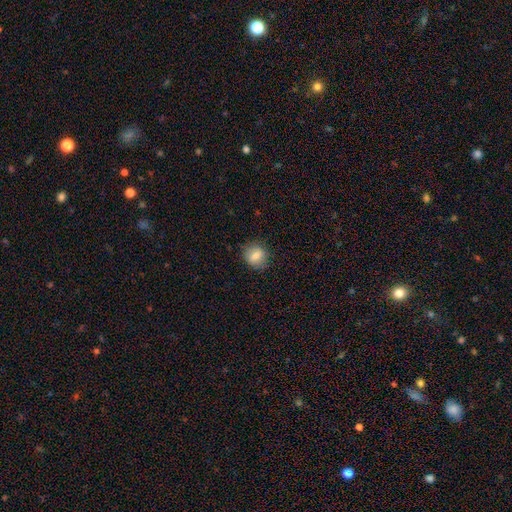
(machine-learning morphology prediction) Smooth or featured?
  - smooth: 78% *
  - featured or disk: 13%
  - star or artifact: 9%
How rounded?
  - round: 75% *
  - in between: 24%
  - cigar-shaped: 1%
Merging?
  - none: 84% *
  - minor disturbance: 11%
  - major disturbance: 3%
  - merger: 1%